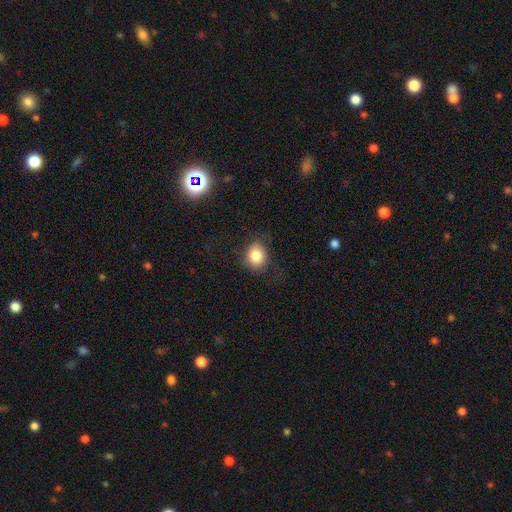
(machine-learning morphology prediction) smooth_or_featured: smooth (p=0.83) [alt: star or artifact p=0.10]
how_rounded: round (p=0.61) [alt: in between p=0.38]
merging: none (p=0.79) [alt: minor disturbance p=0.14]